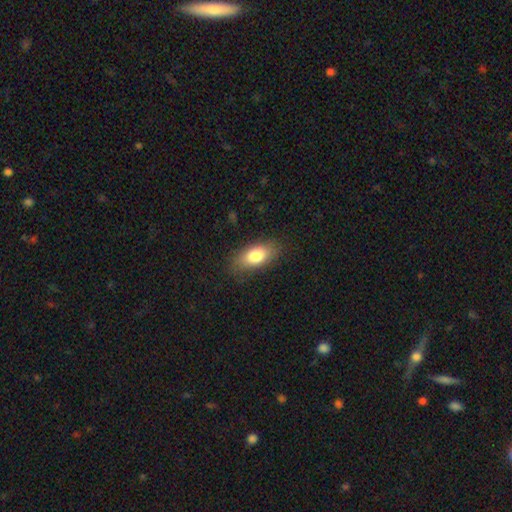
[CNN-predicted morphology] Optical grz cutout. It shows a smooth galaxy with no disk features (79%) that is in between round and cigar-shaped (85%). Merging: none (81%).